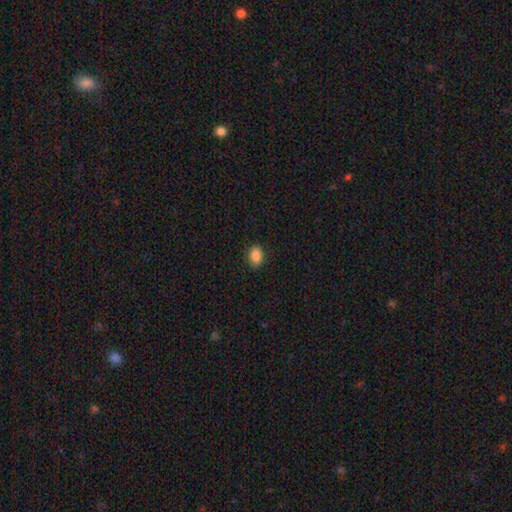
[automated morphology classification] smooth-or-featured: smooth: 88% | star or artifact: 9% | featured or disk: 3%
  how-rounded: in between: 77% | round: 22% | cigar-shaped: 1%
  merging: none: 88% | minor disturbance: 9% | major disturbance: 2% | merger: 1%